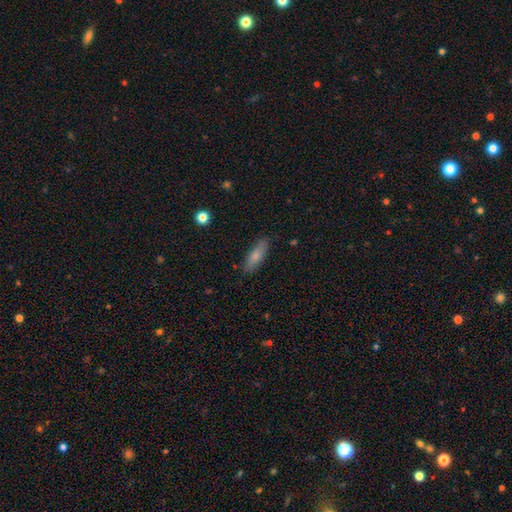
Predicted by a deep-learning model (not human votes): Overall: smooth (77%). How rounded: in between (54%; cigar-shaped 44%). Merging: none (85%).